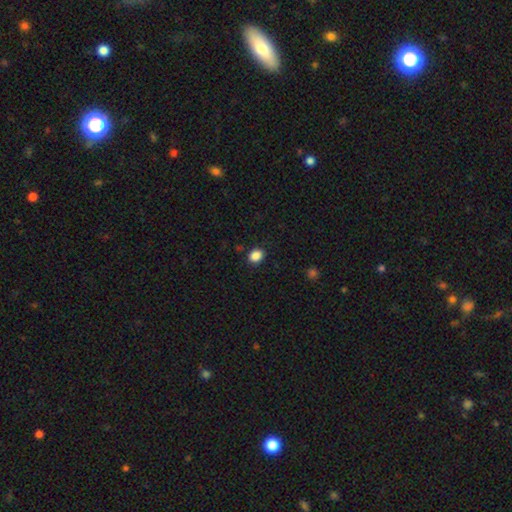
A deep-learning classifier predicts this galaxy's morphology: Smooth or featured? smooth (87%)
How rounded? round (52%)
Merging? none (87%)